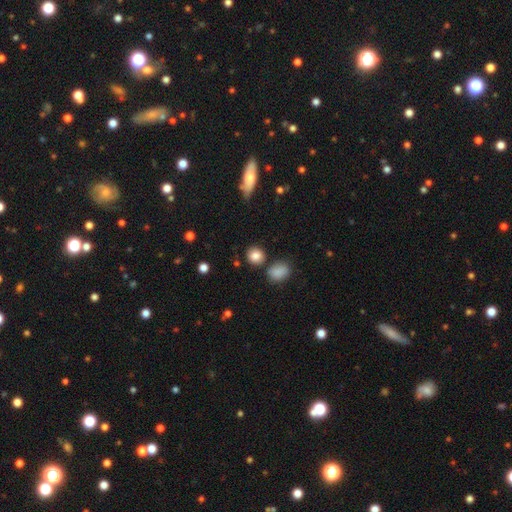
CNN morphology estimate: Smooth or featured?
  - smooth: 85% *
  - star or artifact: 10%
  - featured or disk: 6%
How rounded?
  - round: 83% *
  - in between: 16%
  - cigar-shaped: 1%
Merging?
  - none: 79% *
  - minor disturbance: 10%
  - merger: 7%
  - major disturbance: 3%